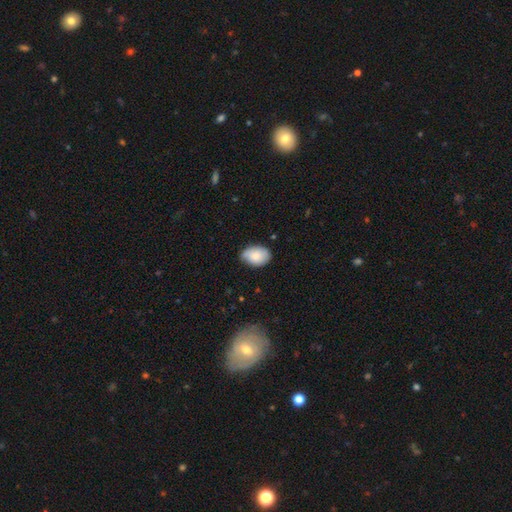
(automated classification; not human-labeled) Smooth or featured?
  - smooth: 81% *
  - featured or disk: 12%
  - star or artifact: 7%
How rounded?
  - in between: 83% *
  - round: 16%
  - cigar-shaped: 1%
Merging?
  - none: 68% *
  - minor disturbance: 26%
  - major disturbance: 4%
  - merger: 2%